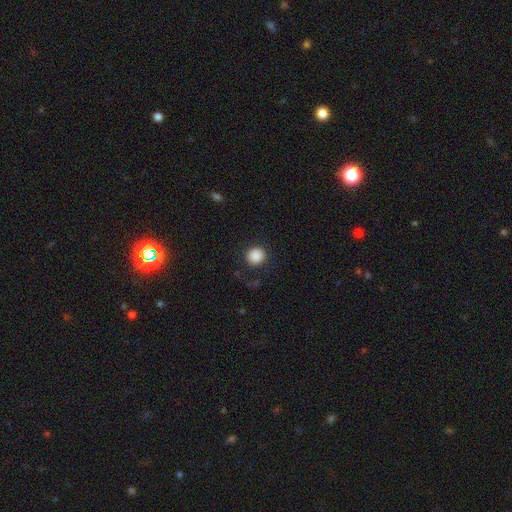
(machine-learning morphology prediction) Smooth or featured? Predicted: smooth (p=0.88). How rounded? Predicted: round (p=0.89). Merging? Predicted: none (p=0.89).